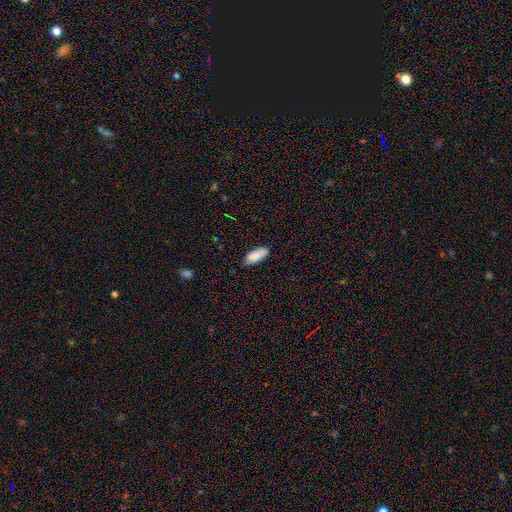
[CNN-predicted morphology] The model was most divided on "merging": none: 71%, minor disturbance: 24%, major disturbance: 4%, merger: 2%. More confident: smooth or featured — smooth (84%); how rounded — in between (80%).